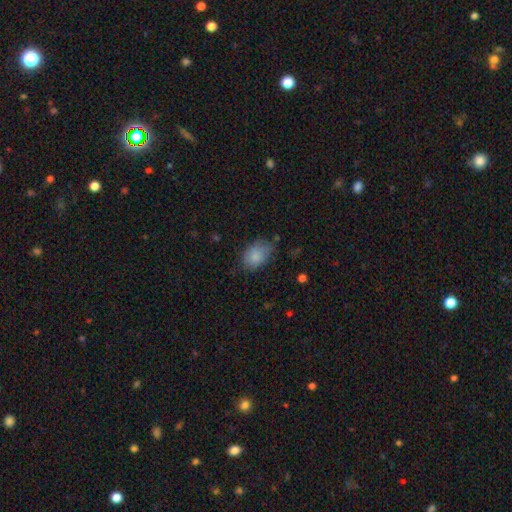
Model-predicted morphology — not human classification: Smooth or featured? Predicted: smooth (p=0.84). How rounded? Predicted: in between (p=0.81). Merging? Predicted: none (p=0.59).